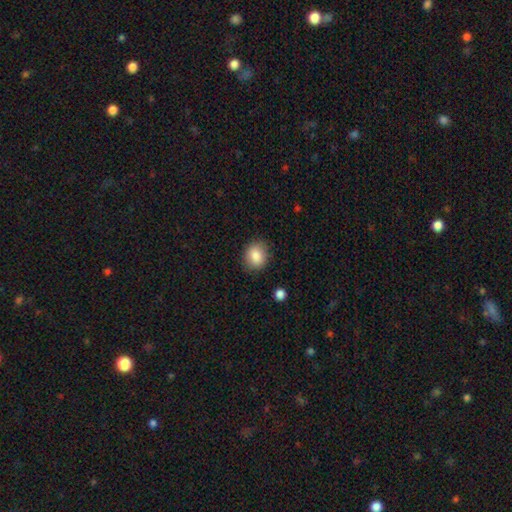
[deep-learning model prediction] A smooth galaxy with no disk features (85%) that is round (61%).

Vote fractions:
- Smooth or featured? smooth: 85% / star or artifact: 9% / featured or disk: 6%
- How rounded? round: 61% / in between: 38% / cigar-shaped: 1%
- Merging? none: 85% / minor disturbance: 11% / major disturbance: 3% / merger: 1%